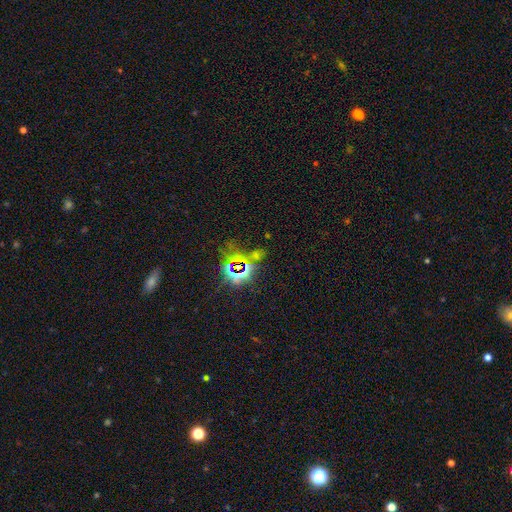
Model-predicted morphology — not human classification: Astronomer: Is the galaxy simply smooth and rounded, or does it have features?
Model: star or artifact — 76%.